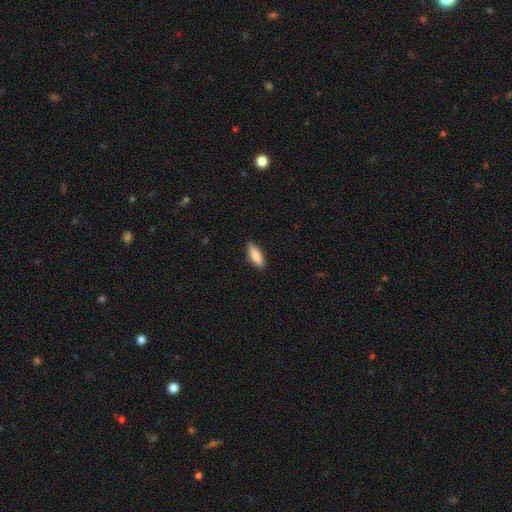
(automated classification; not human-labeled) smooth 86%, featured or disk 8%, star or artifact 6%. Down the decision tree: how rounded — in between (57%); merging — none (87%).